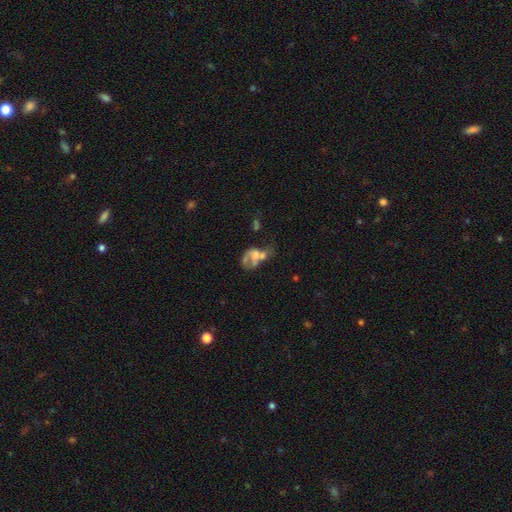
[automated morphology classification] type=featured or disk (54%); edge-on=no (97%); bar=no (77%); spiral arms=no (62%); bulge=moderate (42%); merging=merger (44%).